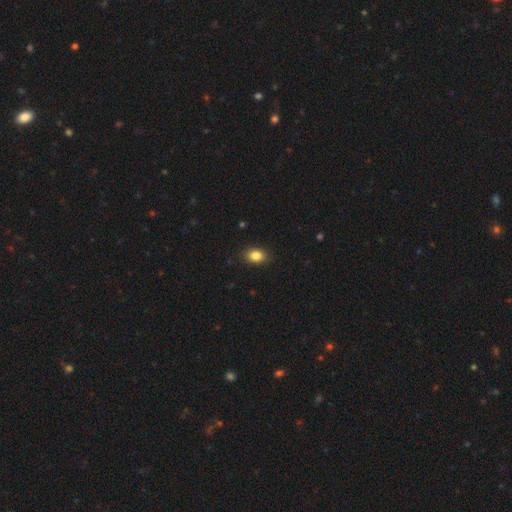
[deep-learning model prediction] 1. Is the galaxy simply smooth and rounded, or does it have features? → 85% smooth, 9% star or artifact, 6% featured or disk.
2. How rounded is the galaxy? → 73% in between, 25% round, 1% cigar-shaped.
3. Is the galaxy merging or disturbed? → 87% none, 10% minor disturbance, 2% major disturbance, 1% merger.